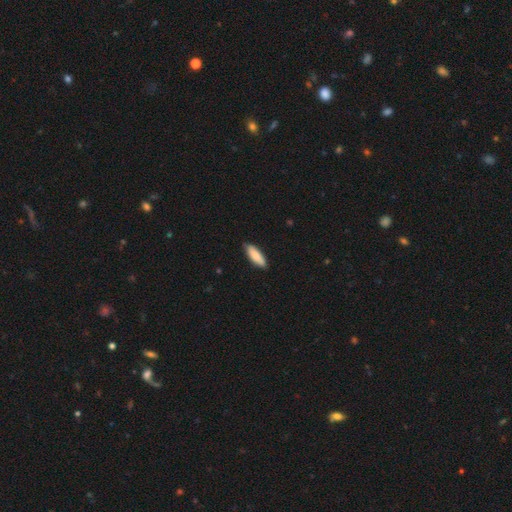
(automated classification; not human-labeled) A smooth galaxy with no disk features (84%) that is in between round and cigar-shaped (51%). Merging: none (85%).